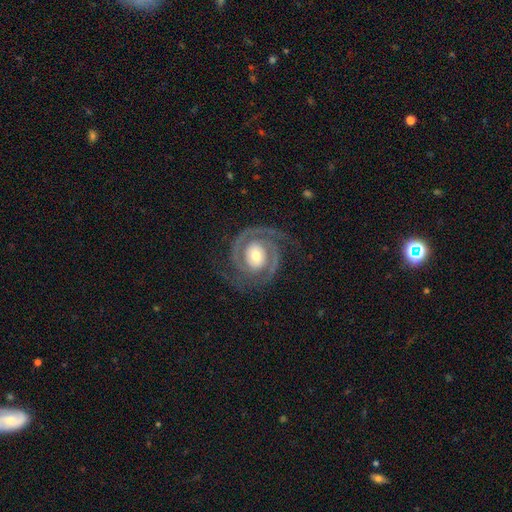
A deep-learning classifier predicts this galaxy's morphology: Smooth or featured?
  - featured or disk: 92% *
  - smooth: 4%
  - star or artifact: 4%
Edge-on disk?
  - no: 98% *
  - yes: 2%
Bar?
  - no: 58% *
  - weak: 28%
  - strong: 14%
Spiral arms?
  - yes: 98% *
  - no: 2%
Spiral winding?
  - tight: 63% *
  - medium: 32%
  - loose: 5%
Spiral arm count?
  - 2: 87% *
  - 3: 5%
  - can't tell: 3%
  - 1: 2%
  - 4: 2%
  - more than 4: 2%
Bulge size?
  - moderate: 64% *
  - small: 20%
  - large: 13%
  - dominant: 1%
  - none: 1%
Merging?
  - none: 80% *
  - minor disturbance: 12%
  - major disturbance: 6%
  - merger: 1%